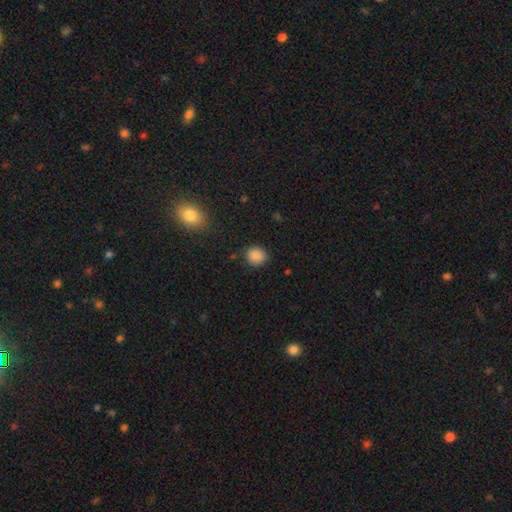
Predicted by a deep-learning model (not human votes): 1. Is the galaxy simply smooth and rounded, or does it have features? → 87% smooth, 10% star or artifact, 3% featured or disk.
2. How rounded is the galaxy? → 85% round, 14% in between, 1% cigar-shaped.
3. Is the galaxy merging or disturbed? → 86% none, 10% minor disturbance, 3% major disturbance, 2% merger.